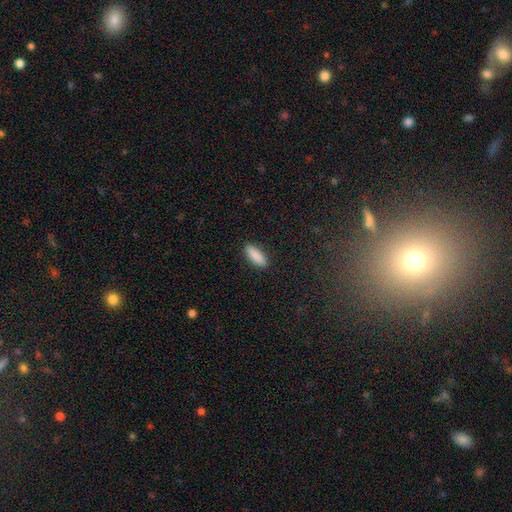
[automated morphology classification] smooth 90%, star or artifact 6%, featured or disk 4%. Down the decision tree: how rounded — in between (67%); merging — none (90%).